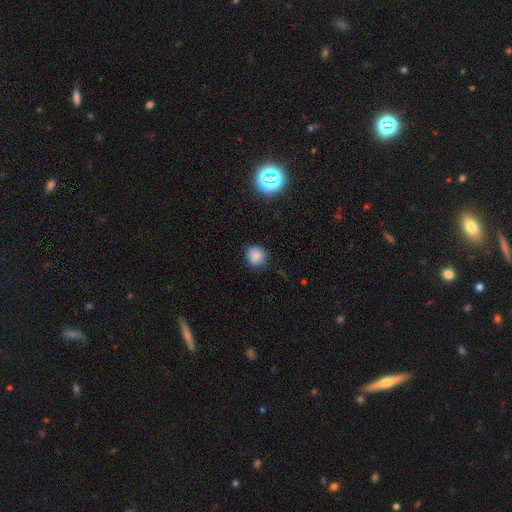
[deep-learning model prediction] Smooth or featured?
  - smooth: 81% *
  - star or artifact: 13%
  - featured or disk: 7%
How rounded?
  - round: 89% *
  - in between: 10%
  - cigar-shaped: 1%
Merging?
  - none: 82% *
  - minor disturbance: 13%
  - major disturbance: 3%
  - merger: 1%